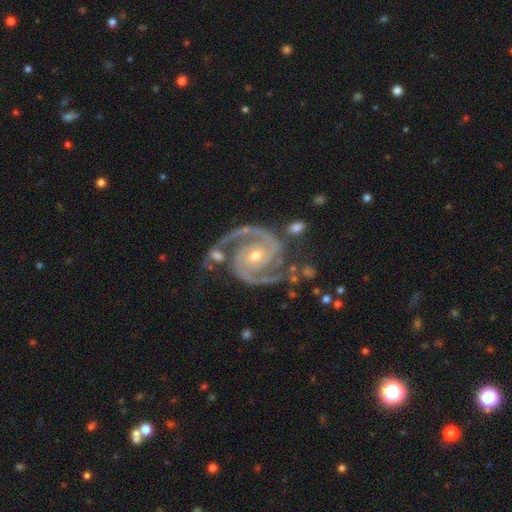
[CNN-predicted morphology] featured or disk 94%, star or artifact 4%, smooth 2%. Down the decision tree: edge-on disk — no (98%); bar — no (56%); spiral arms — yes (99%); spiral arm count — 2 (92%); spiral winding — medium (48%); bulge size — small (55%); merging — none (66%).